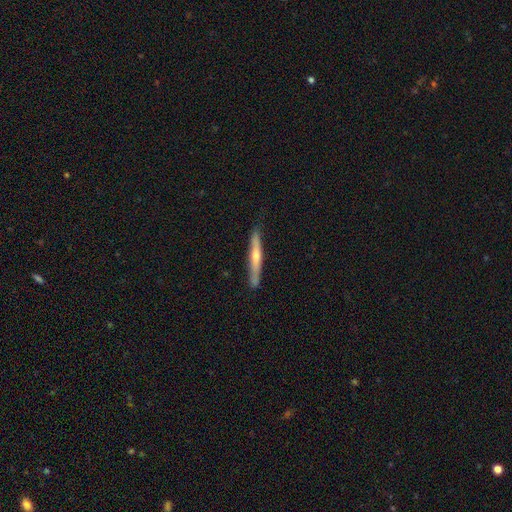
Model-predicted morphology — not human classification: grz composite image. It shows a featured or disk galaxy (63%) viewed edge-on (96%) with a rounded central bulge (78%). Merging: none (88%).